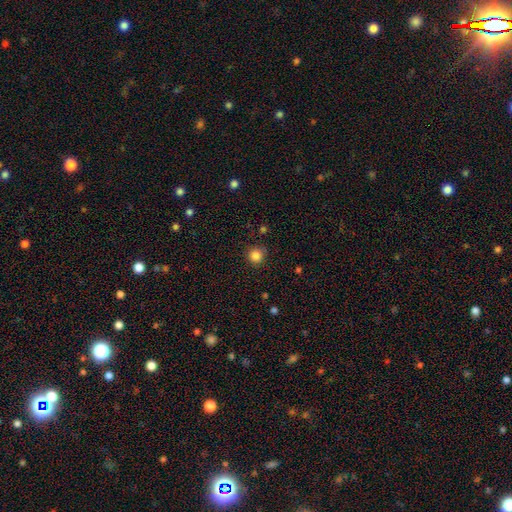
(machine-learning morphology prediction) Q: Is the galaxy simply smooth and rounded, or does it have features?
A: smooth — 85%.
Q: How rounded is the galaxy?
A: round — 93%.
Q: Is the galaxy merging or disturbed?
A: none — 87%.